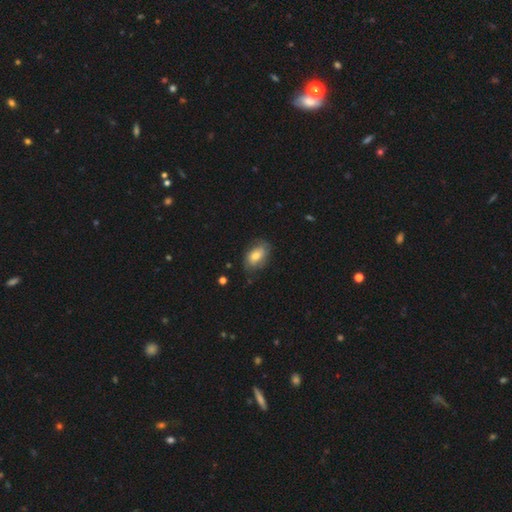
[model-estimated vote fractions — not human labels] Smooth or featured? Predicted: smooth (p=0.70). How rounded? Predicted: in between (p=0.89). Merging? Predicted: none (p=0.69).